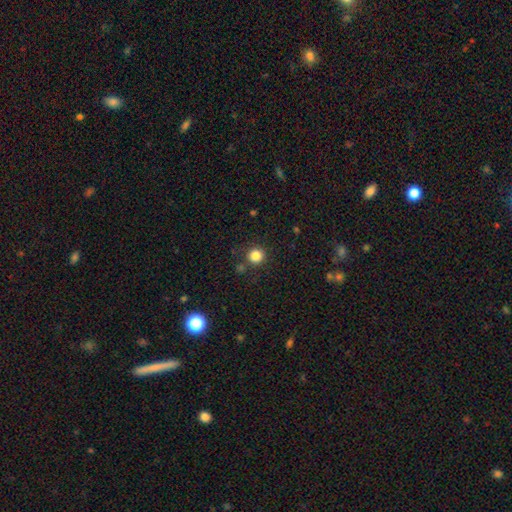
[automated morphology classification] Q: Smooth or featured?
A: smooth (83%); runner-up: star or artifact (12%)
Q: How rounded?
A: round (94%); runner-up: in between (5%)
Q: Merging?
A: none (84%); runner-up: minor disturbance (8%)